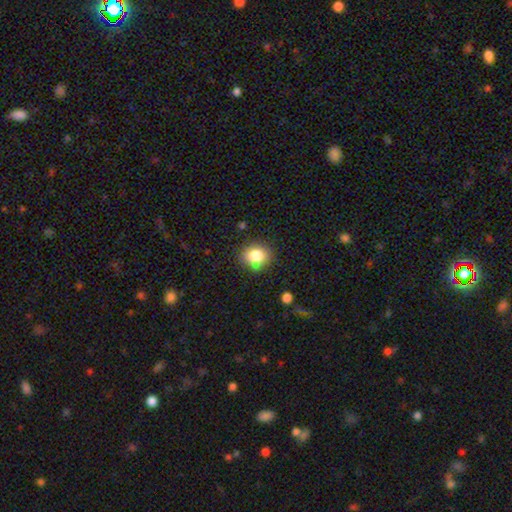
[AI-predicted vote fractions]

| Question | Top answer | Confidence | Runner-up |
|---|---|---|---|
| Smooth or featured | smooth | 82% | star or artifact (11%) |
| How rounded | round | 71% | in between (28%) |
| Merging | none | 79% | minor disturbance (15%) |